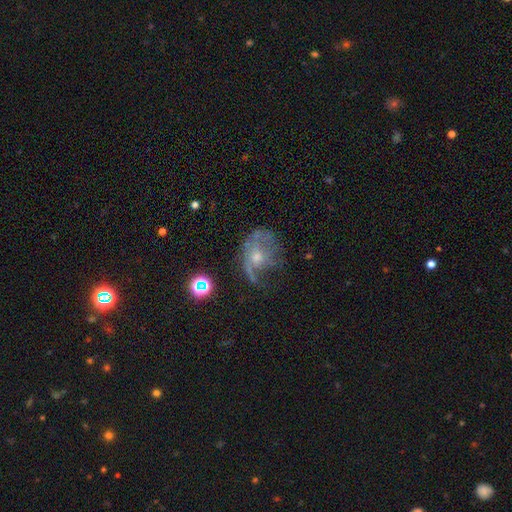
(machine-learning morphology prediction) Overall: featured or disk (61%; smooth 24%). Edge-on disk: no (96%). Bar: no (78%). Spiral arms: yes (60%; no 40%). Bulge size: small (48%; moderate 43%). Merging: major disturbance (37%; none 35%).